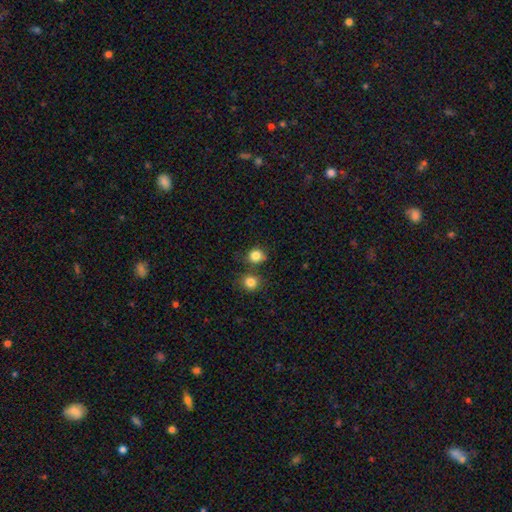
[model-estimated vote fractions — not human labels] smooth-or-featured: smooth: 84% | star or artifact: 11% | featured or disk: 5%
  how-rounded: round: 80% | in between: 20% | cigar-shaped: 1%
  merging: none: 68% | merger: 16% | minor disturbance: 12% | major disturbance: 4%